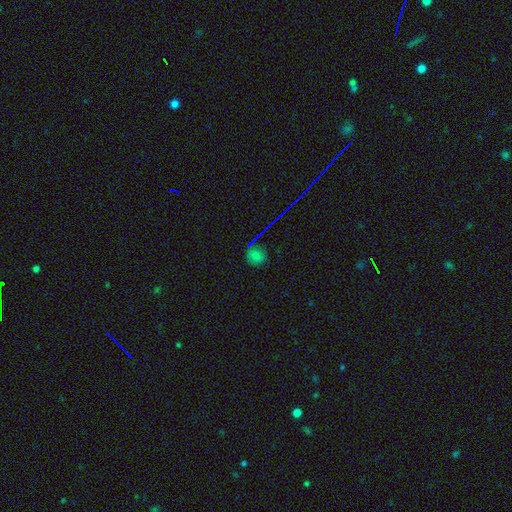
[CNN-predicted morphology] Smooth or featured?
  - smooth: 60% *
  - star or artifact: 31%
  - featured or disk: 9%
How rounded?
  - round: 76% *
  - in between: 22%
  - cigar-shaped: 2%
Merging?
  - none: 76% *
  - minor disturbance: 15%
  - major disturbance: 5%
  - merger: 4%